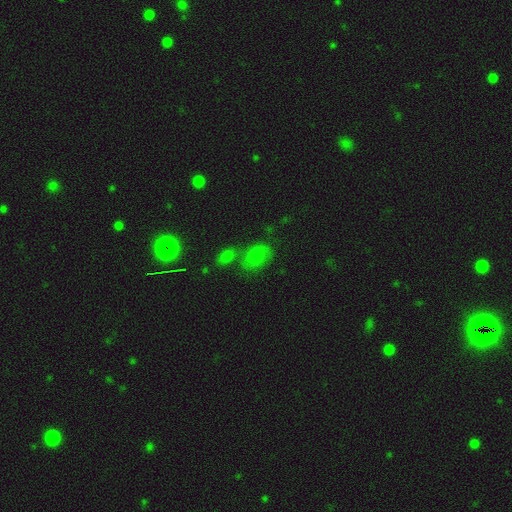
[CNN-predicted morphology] Q: Smooth or featured?
A: smooth (68%); runner-up: star or artifact (18%)
Q: How rounded?
A: in between (73%); runner-up: round (25%)
Q: Merging?
A: none (41%); runner-up: merger (33%)